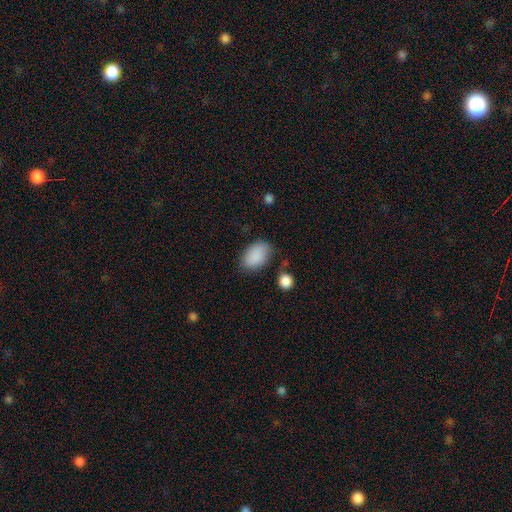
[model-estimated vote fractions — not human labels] A smooth galaxy with no disk features (88%) that is in between round and cigar-shaped (89%).

Vote fractions:
- Smooth or featured? smooth: 88% / star or artifact: 7% / featured or disk: 6%
- How rounded? in between: 89% / round: 9% / cigar-shaped: 1%
- Merging? none: 72% / minor disturbance: 19% / major disturbance: 5% / merger: 4%